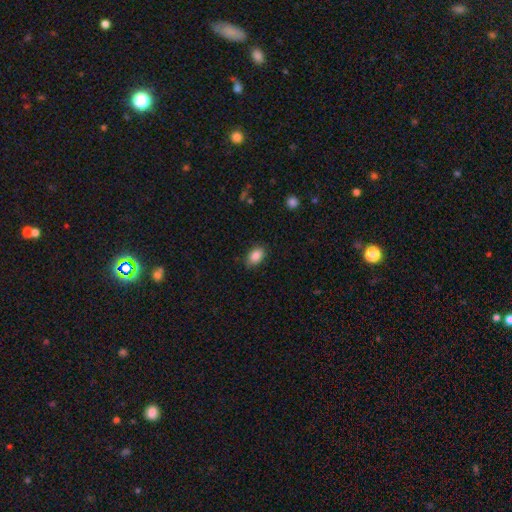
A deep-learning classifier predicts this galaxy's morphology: A smooth galaxy with no disk features (87%) that is in between round and cigar-shaped (86%). Merging: none (85%).